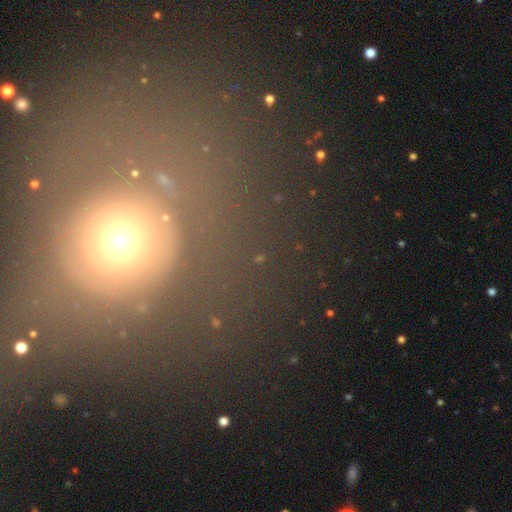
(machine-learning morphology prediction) type=smooth (44%); merging=none (71%).